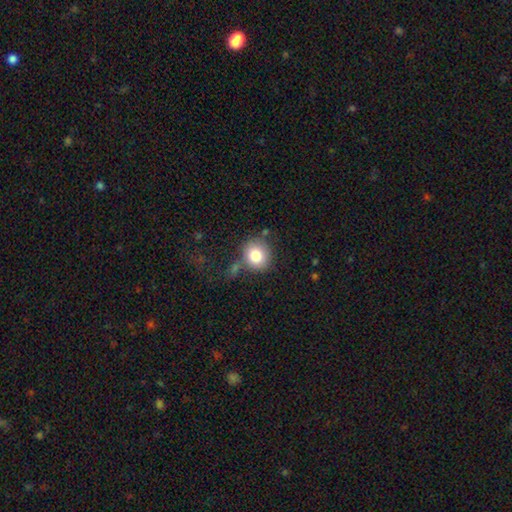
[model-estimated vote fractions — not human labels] Smooth or featured? smooth (81%)
How rounded? round (84%)
Merging? none (68%)